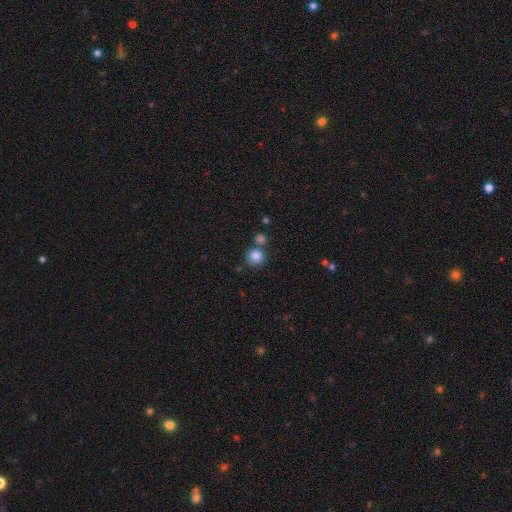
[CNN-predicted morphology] type=smooth (85%); roundness=round (93%); merging=none (70%).